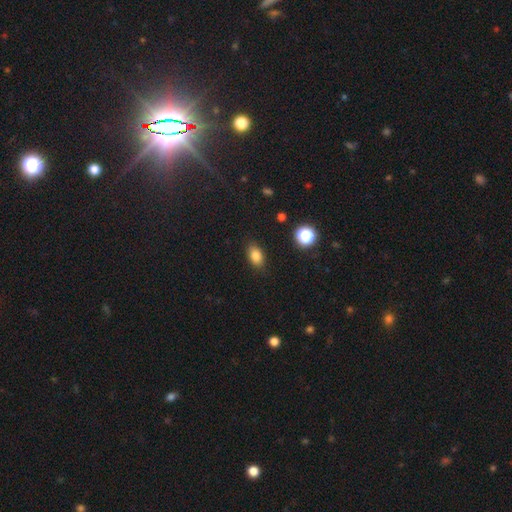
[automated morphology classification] This is clearly a smooth galaxy (83%). How rounded: clearly in between (84%). Merging: clearly none (86%).